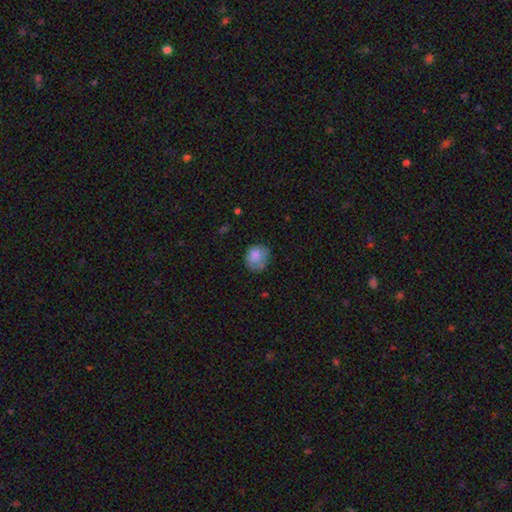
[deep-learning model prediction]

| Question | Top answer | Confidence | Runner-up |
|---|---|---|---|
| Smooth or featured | smooth | 80% | featured or disk (11%) |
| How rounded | round | 69% | in between (30%) |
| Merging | none | 62% | minor disturbance (26%) |